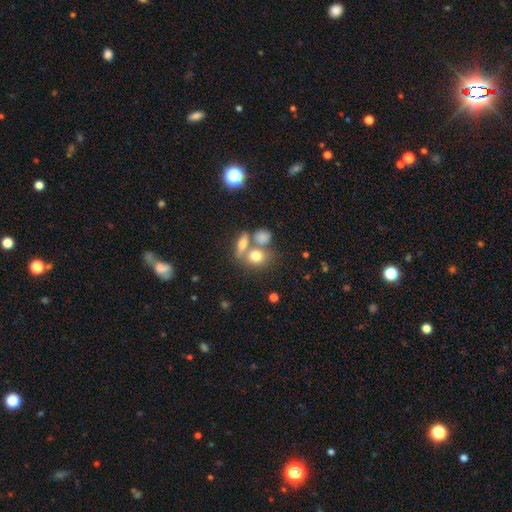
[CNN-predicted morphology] Smooth or featured? smooth (72%)
How rounded? round (55%)
Merging? none (45%)